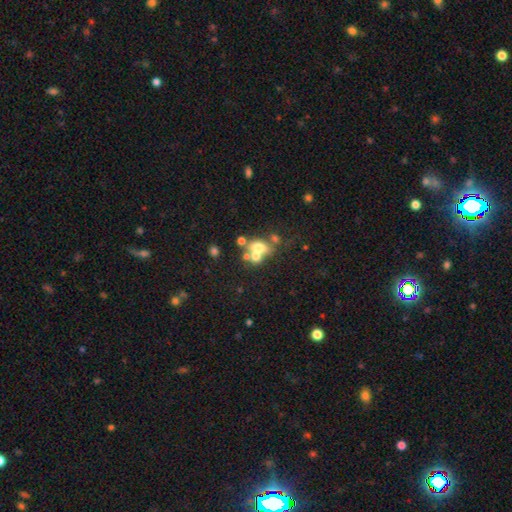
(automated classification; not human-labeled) Smooth or featured? Predicted: smooth (p=0.56). How rounded? Predicted: in between (p=0.53). Merging? Predicted: merger (p=0.51).